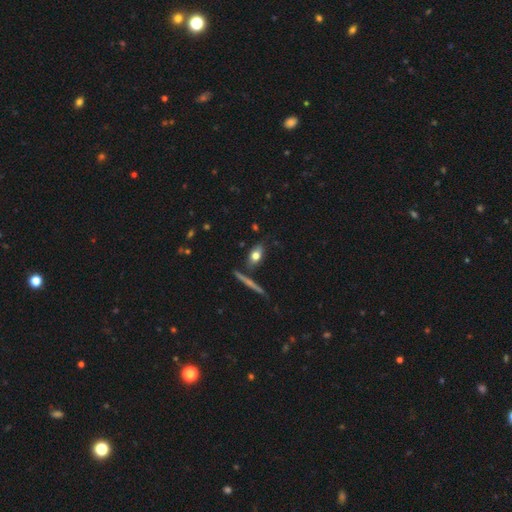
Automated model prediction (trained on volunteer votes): smooth 69%, featured or disk 23%, star or artifact 8%. Down the decision tree: how rounded — in between (74%); merging — none (74%).